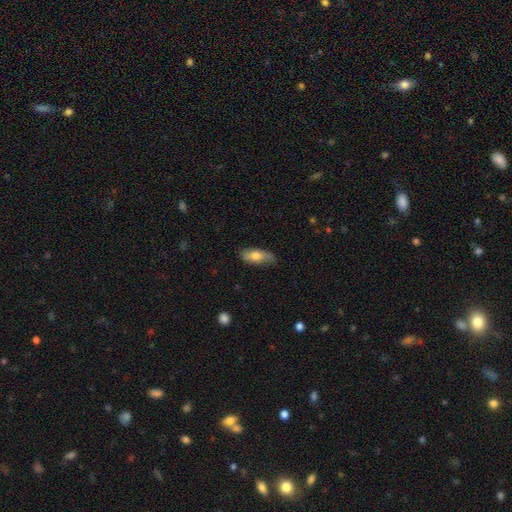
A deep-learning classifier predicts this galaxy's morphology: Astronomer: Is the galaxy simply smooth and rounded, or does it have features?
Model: smooth — 70%.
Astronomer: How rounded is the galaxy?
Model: in between — 76%.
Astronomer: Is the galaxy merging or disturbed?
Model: none — 69%.